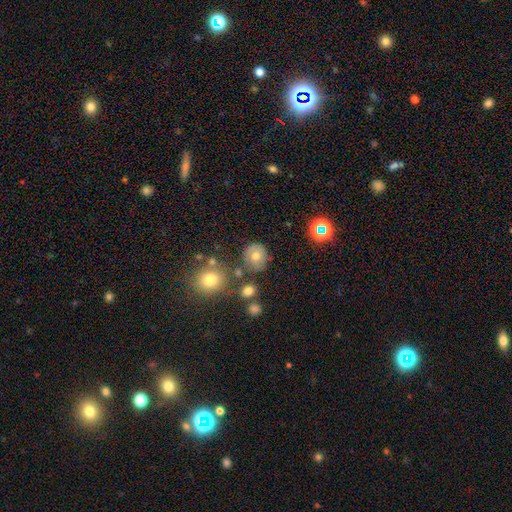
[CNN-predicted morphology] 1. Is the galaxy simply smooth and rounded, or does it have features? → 67% smooth, 18% featured or disk, 15% star or artifact.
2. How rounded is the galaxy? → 81% round, 18% in between, 1% cigar-shaped.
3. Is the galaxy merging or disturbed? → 73% none, 15% minor disturbance, 7% merger, 5% major disturbance.